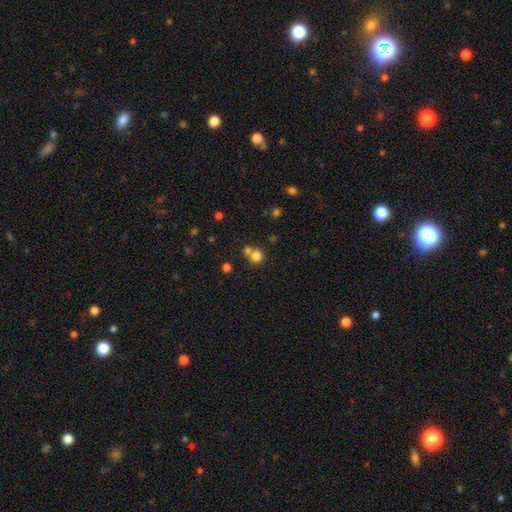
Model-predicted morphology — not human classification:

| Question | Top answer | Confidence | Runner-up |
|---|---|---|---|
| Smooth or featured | smooth | 78% | star or artifact (14%) |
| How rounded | round | 87% | in between (12%) |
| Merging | none | 50% | merger (40%) |